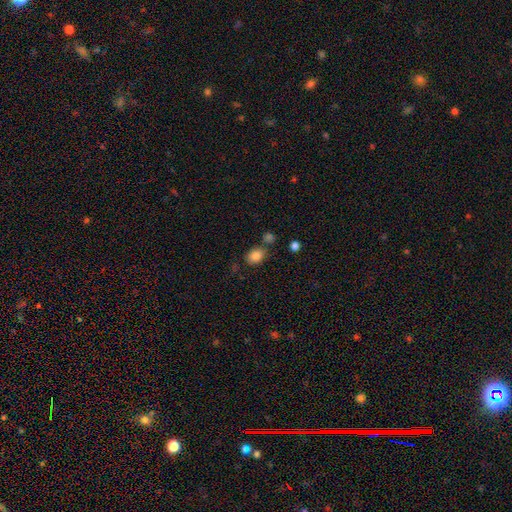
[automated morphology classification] Q: Smooth or featured?
A: smooth (85%); runner-up: star or artifact (10%)
Q: How rounded?
A: in between (64%); runner-up: round (34%)
Q: Merging?
A: none (68%); runner-up: minor disturbance (14%)